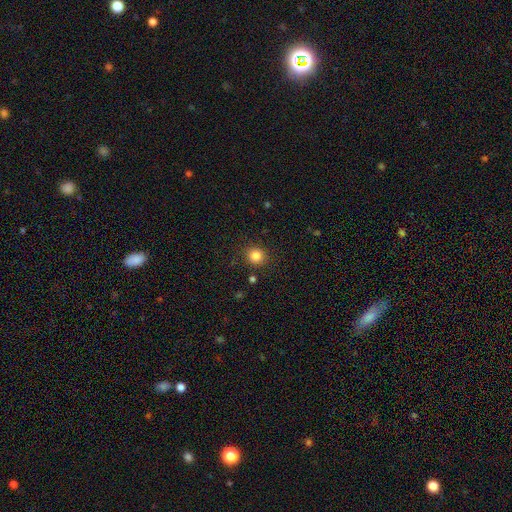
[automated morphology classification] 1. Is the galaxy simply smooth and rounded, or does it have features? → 84% smooth, 12% star or artifact, 4% featured or disk.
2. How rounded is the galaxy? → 89% round, 10% in between, 1% cigar-shaped.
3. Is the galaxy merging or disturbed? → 88% none, 7% minor disturbance, 3% major disturbance, 2% merger.